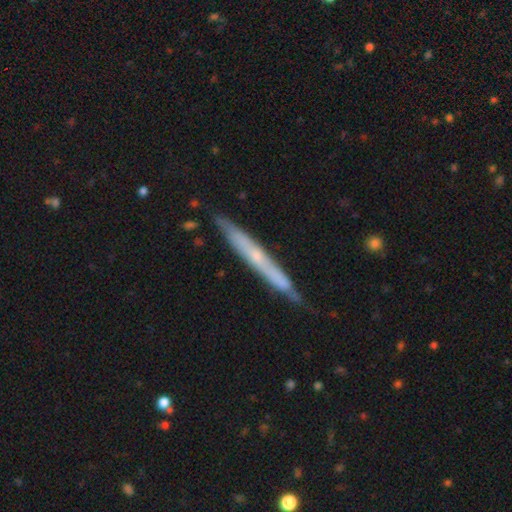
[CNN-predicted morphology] smooth_or_featured: featured or disk (p=0.59) [alt: smooth p=0.35]
disk_edge_on: yes (p=0.90) [alt: no p=0.10]
edge_on_bulge: none (p=0.60) [alt: rounded p=0.37]
merging: none (p=0.77) [alt: minor disturbance p=0.18]